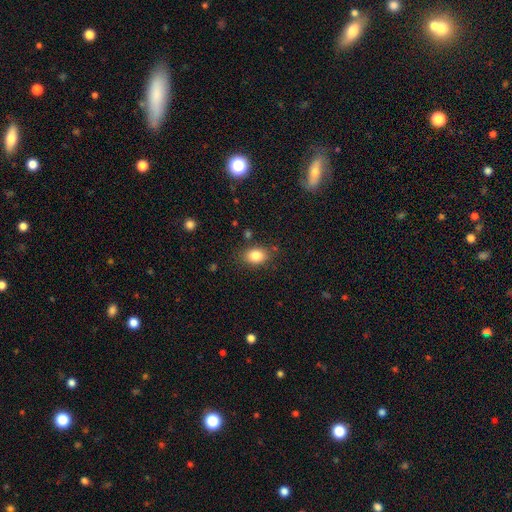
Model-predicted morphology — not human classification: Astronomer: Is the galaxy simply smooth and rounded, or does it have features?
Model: smooth — 84%.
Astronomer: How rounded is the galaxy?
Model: in between — 72%.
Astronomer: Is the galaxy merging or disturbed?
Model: none — 82%.